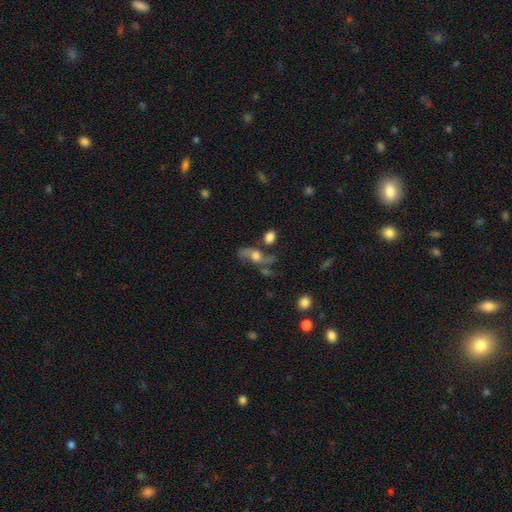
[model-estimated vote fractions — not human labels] Smooth or featured: featured or disk — 61% (smooth — 25%)
Edge-on disk: no — 82% (yes — 18%)
Bar: no — 72% (weak — 21%)
Spiral arms: yes — 78% (no — 22%)
Bulge size: moderate — 51% (large — 29%)
Merging: none — 48% (minor disturbance — 19%)